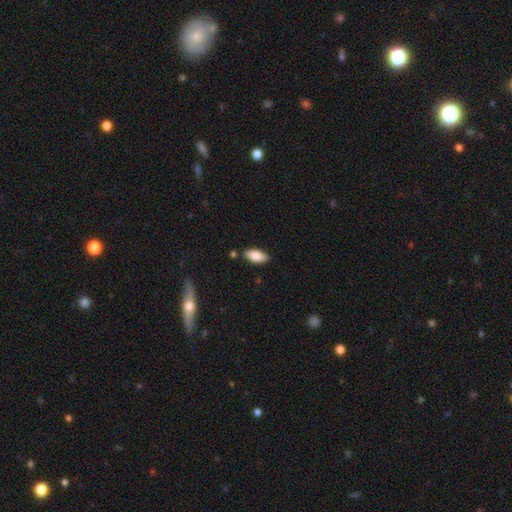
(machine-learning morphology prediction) Smooth or featured?
  - smooth: 85% *
  - featured or disk: 9%
  - star or artifact: 6%
How rounded?
  - in between: 88% *
  - cigar-shaped: 10%
  - round: 2%
Merging?
  - none: 83% *
  - minor disturbance: 12%
  - merger: 3%
  - major disturbance: 2%